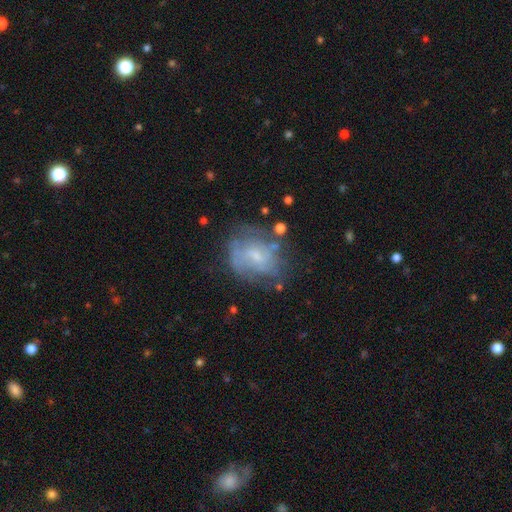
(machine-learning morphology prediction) This appears to be a featured or disk galaxy (60%) with no bar (54%), spiral arms (63%) and a small central bulge (56%). Merging: none (58%).